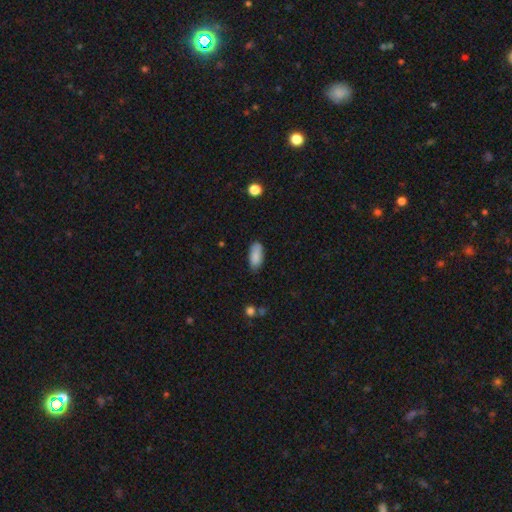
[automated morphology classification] Smooth or featured? Predicted: smooth (p=0.87). How rounded? Predicted: in between (p=0.87). Merging? Predicted: none (p=0.75).